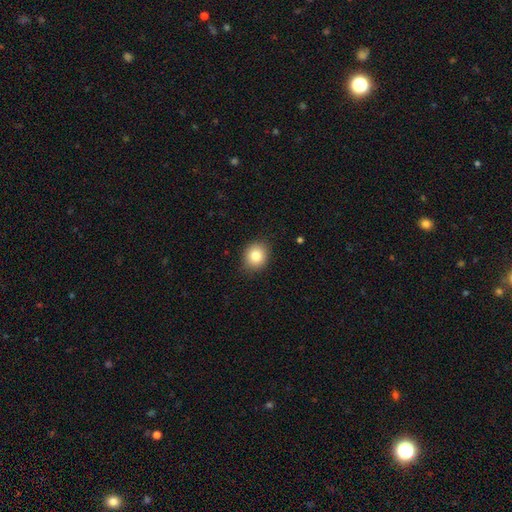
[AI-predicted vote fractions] smooth 83%, star or artifact 10%, featured or disk 8%. Down the decision tree: how rounded — round (71%); merging — none (88%).